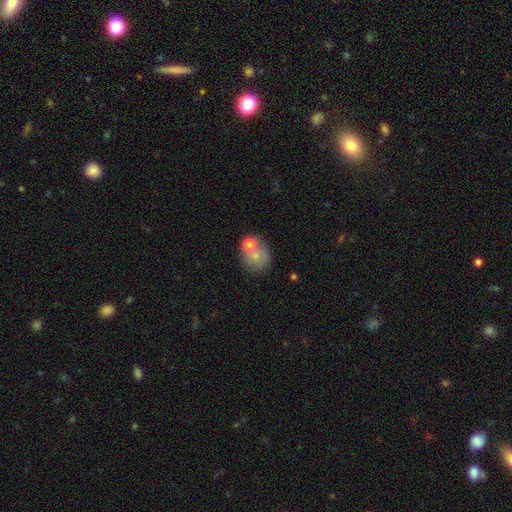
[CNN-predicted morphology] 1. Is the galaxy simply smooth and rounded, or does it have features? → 68% smooth, 23% featured or disk, 9% star or artifact.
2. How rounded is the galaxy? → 75% round, 24% in between, 1% cigar-shaped.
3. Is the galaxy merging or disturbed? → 43% none, 36% merger, 14% minor disturbance, 7% major disturbance.